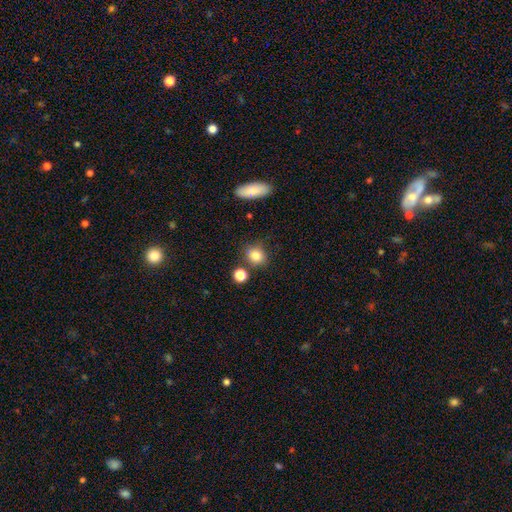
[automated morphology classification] This is clearly a smooth galaxy (83%). How rounded: likely round (68%). Merging: likely none (73%).